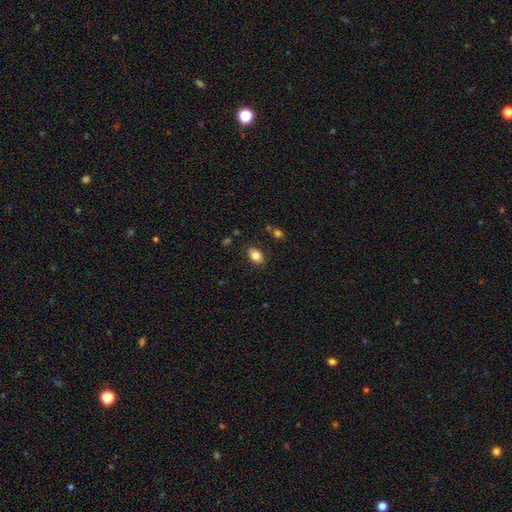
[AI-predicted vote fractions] smooth_or_featured: smooth (p=0.83) [alt: star or artifact p=0.09]
how_rounded: in between (p=0.80) [alt: round p=0.19]
merging: none (p=0.84) [alt: minor disturbance p=0.11]